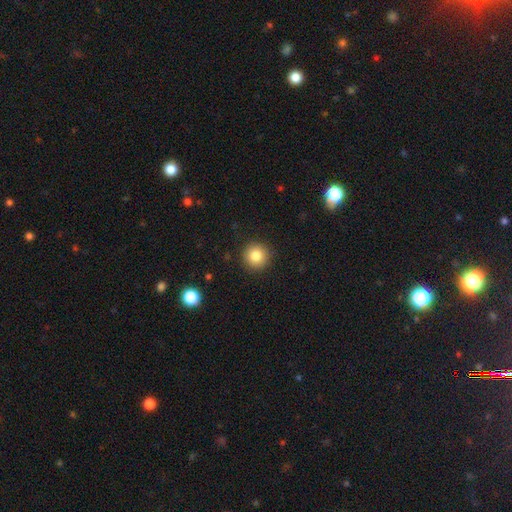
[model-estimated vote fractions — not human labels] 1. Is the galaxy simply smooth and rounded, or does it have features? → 84% smooth, 10% star or artifact, 6% featured or disk.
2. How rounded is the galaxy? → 95% round, 4% in between, 1% cigar-shaped.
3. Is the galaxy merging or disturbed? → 91% none, 6% minor disturbance, 2% major disturbance, 1% merger.